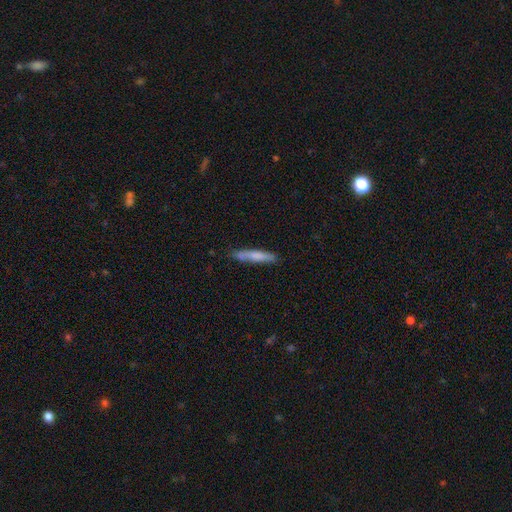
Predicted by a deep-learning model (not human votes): Smooth or featured: smooth — 71% (featured or disk — 23%)
How rounded: cigar-shaped — 91% (in between — 8%)
Merging: none — 80% (minor disturbance — 15%)